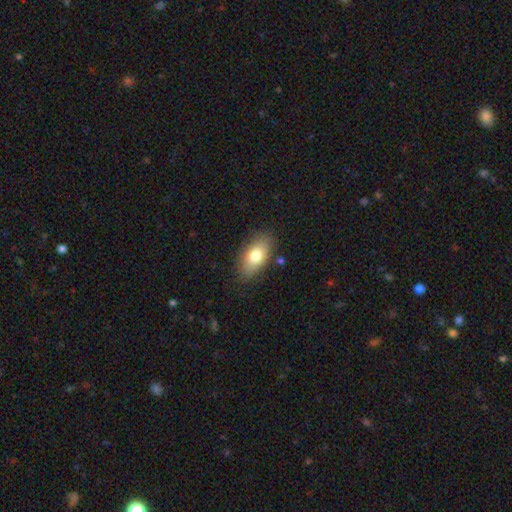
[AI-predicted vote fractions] Morphology: type=smooth (77%); roundness=in between (89%); merging=none (82%).